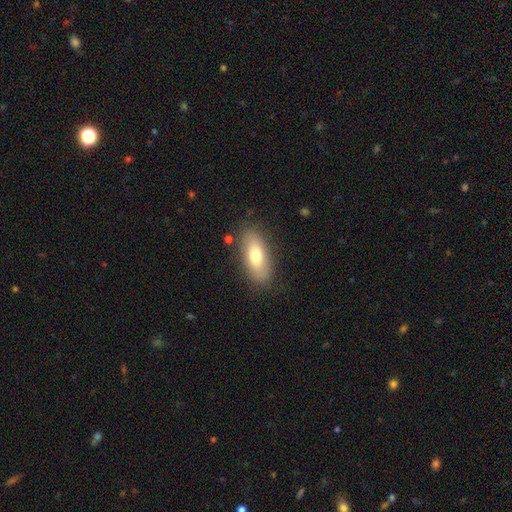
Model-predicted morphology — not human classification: A smooth galaxy with no disk features (71%) that is in between round and cigar-shaped (81%).

Vote fractions:
- Smooth or featured? smooth: 71% / featured or disk: 22% / star or artifact: 7%
- How rounded? in between: 81% / cigar-shaped: 16% / round: 3%
- Merging? none: 84% / minor disturbance: 11% / major disturbance: 3% / merger: 2%